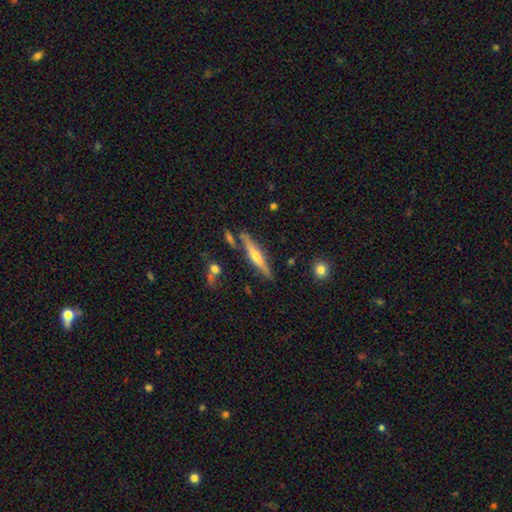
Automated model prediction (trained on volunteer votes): smooth_or_featured: featured or disk (p=0.61) [alt: smooth p=0.32]
disk_edge_on: yes (p=0.95) [alt: no p=0.05]
edge_on_bulge: rounded (p=0.80) [alt: none p=0.11]
merging: none (p=0.79) [alt: minor disturbance p=0.12]